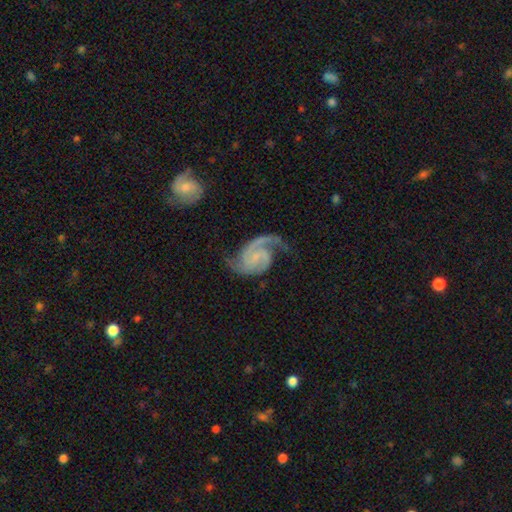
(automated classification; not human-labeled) Smooth or featured: featured or disk — 90% (smooth — 5%)
Edge-on disk: no — 98% (yes — 2%)
Bar: no — 57% (weak — 34%)
Spiral arms: yes — 98% (no — 2%)
Spiral winding: medium — 53% (tight — 27%)
Spiral arm count: 2 — 77% (3 — 9%)
Bulge size: small — 58% (none — 30%)
Merging: none — 59% (minor disturbance — 21%)